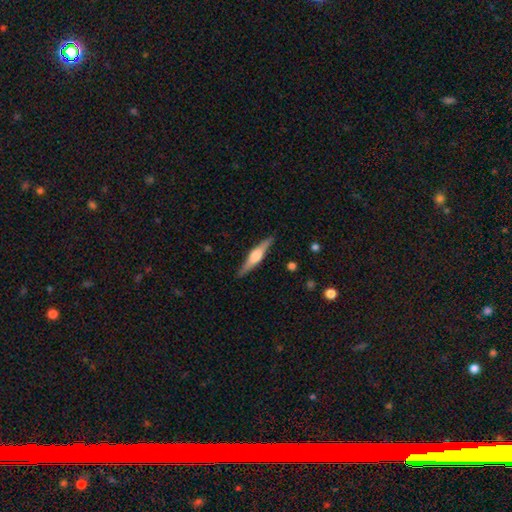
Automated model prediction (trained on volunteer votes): The model was most divided on "smooth or featured": featured or disk: 70%, smooth: 24%, star or artifact: 5%. More confident: edge-on disk — yes (97%); merging — none (89%); edge-on bulge — rounded (85%).